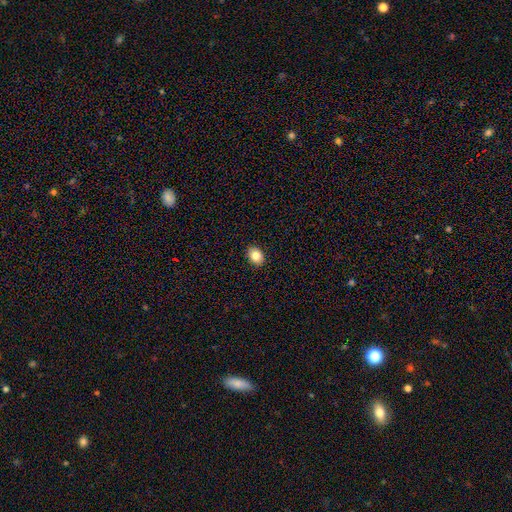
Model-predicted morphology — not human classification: This appears to be a smooth galaxy with no disk features (84%) that is in between round and cigar-shaped (60%). Merging: none (91%).